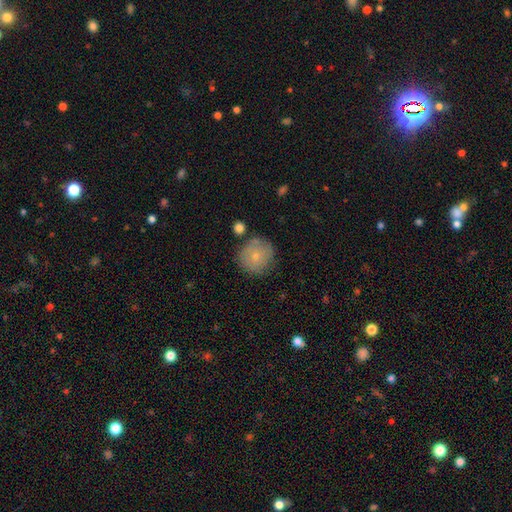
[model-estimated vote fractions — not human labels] Overall: smooth (72%). How rounded: round (92%). Merging: none (75%).